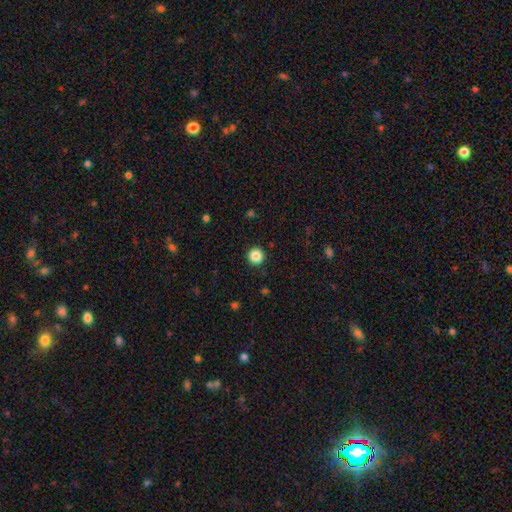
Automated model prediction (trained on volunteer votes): Overall: smooth (86%). How rounded: round (96%). Merging: none (92%).